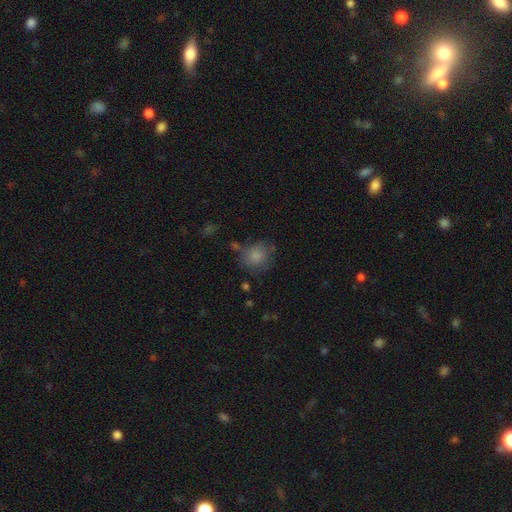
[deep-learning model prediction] smooth-or-featured: smooth: 83% | star or artifact: 10% | featured or disk: 7%
  how-rounded: round: 76% | in between: 23% | cigar-shaped: 1%
  merging: none: 64% | minor disturbance: 19% | merger: 9% | major disturbance: 8%